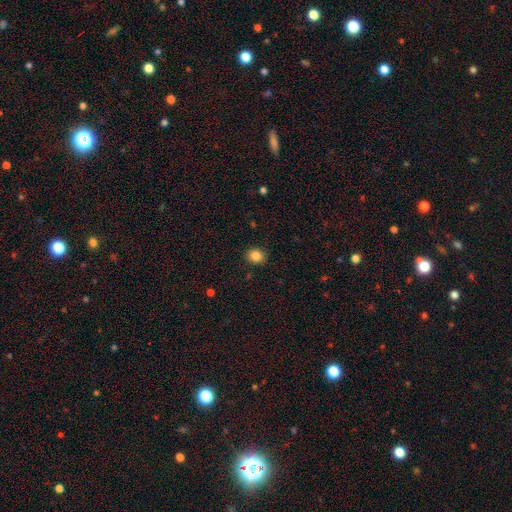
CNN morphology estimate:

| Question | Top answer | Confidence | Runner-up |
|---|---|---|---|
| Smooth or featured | smooth | 84% | star or artifact (10%) |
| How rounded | round | 69% | in between (30%) |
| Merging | none | 90% | minor disturbance (7%) |